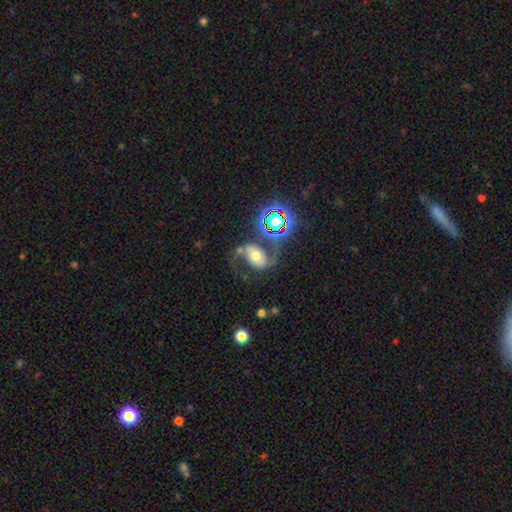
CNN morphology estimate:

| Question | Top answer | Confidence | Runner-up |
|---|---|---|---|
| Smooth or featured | featured or disk | 70% | smooth (17%) |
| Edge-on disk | no | 97% | yes (3%) |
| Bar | no | 49% | weak (30%) |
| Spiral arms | yes | 90% | no (10%) |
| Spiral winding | loose | 52% | medium (39%) |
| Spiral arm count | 2 | 89% | 1 (5%) |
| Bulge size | moderate | 63% | large (17%) |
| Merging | none | 56% | major disturbance (19%) |